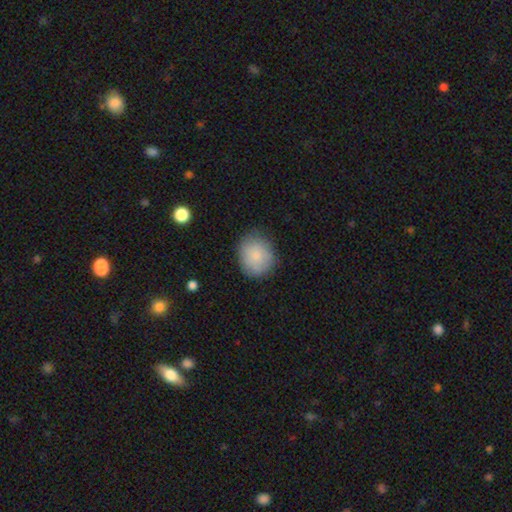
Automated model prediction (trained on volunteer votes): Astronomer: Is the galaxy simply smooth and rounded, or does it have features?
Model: smooth — 82%.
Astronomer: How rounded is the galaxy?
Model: round — 70%.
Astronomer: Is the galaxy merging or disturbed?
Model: none — 79%.